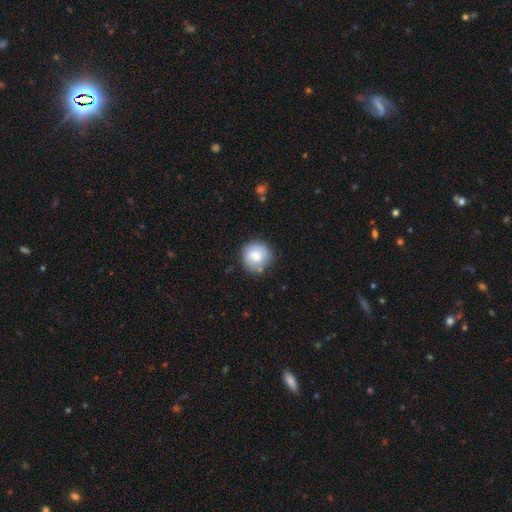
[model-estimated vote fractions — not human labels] Smooth or featured? Predicted: smooth (p=0.78). How rounded? Predicted: round (p=0.92). Merging? Predicted: none (p=0.79).